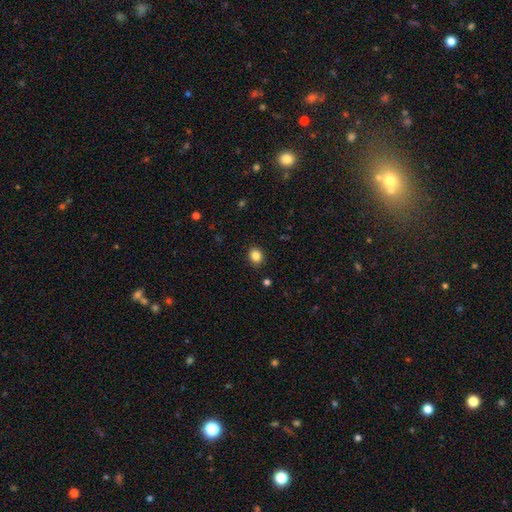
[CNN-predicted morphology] Smooth or featured?
  - smooth: 85% *
  - star or artifact: 10%
  - featured or disk: 4%
How rounded?
  - round: 56% *
  - in between: 43%
  - cigar-shaped: 1%
Merging?
  - none: 90% *
  - minor disturbance: 7%
  - major disturbance: 2%
  - merger: 1%